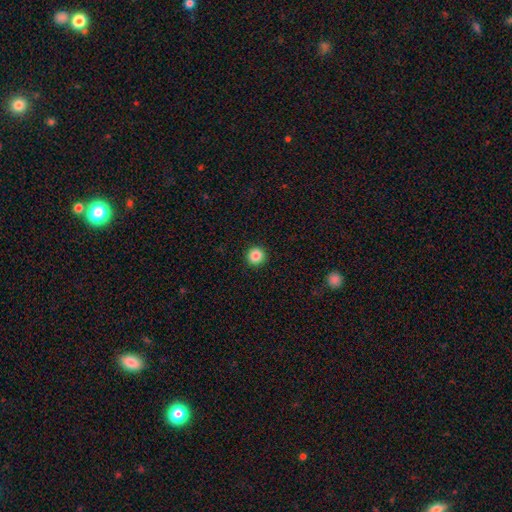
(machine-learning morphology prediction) Smooth or featured?
  - smooth: 86% *
  - star or artifact: 10%
  - featured or disk: 4%
How rounded?
  - round: 96% *
  - in between: 3%
  - cigar-shaped: 1%
Merging?
  - none: 94% *
  - minor disturbance: 4%
  - major disturbance: 2%
  - merger: 1%